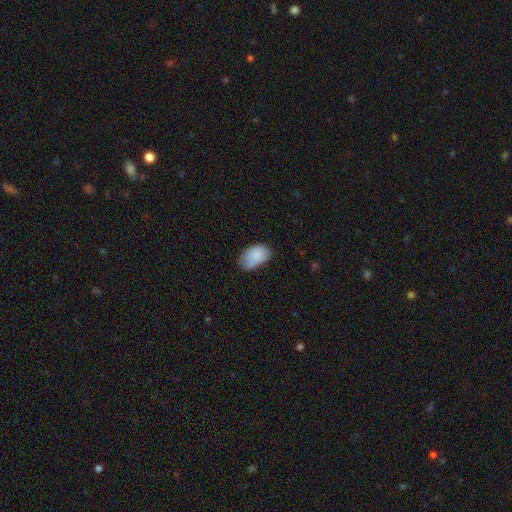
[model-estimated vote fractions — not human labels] Overall: smooth (83%). How rounded: in between (90%). Merging: none (49%; minor disturbance 37%).